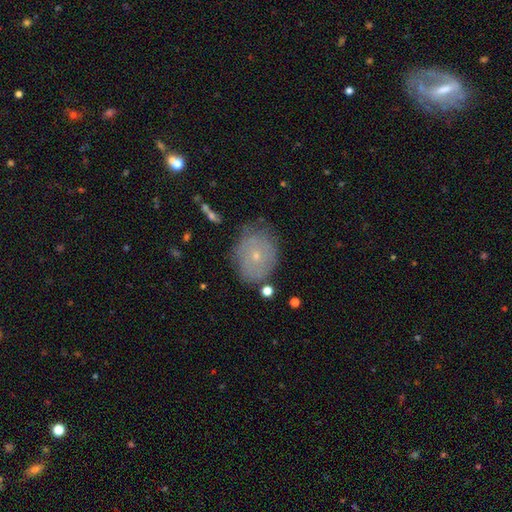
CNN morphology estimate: Q: Smooth or featured?
A: smooth (53%); runner-up: featured or disk (35%)
Q: How rounded?
A: in between (51%); runner-up: round (48%)
Q: Merging?
A: none (70%); runner-up: minor disturbance (21%)